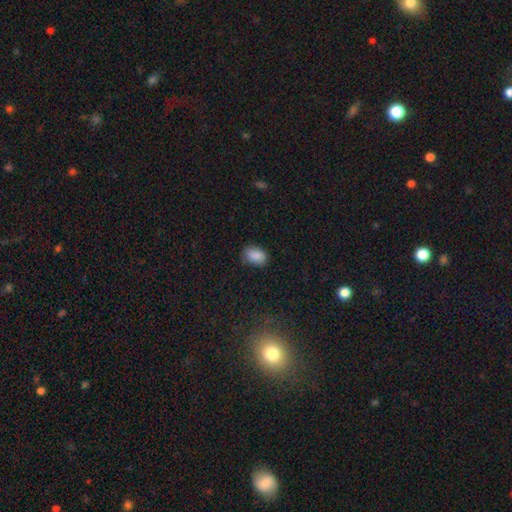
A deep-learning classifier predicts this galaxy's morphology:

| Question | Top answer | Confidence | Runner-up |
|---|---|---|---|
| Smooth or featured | smooth | 88% | star or artifact (8%) |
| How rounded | in between | 84% | round (14%) |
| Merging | none | 78% | minor disturbance (17%) |